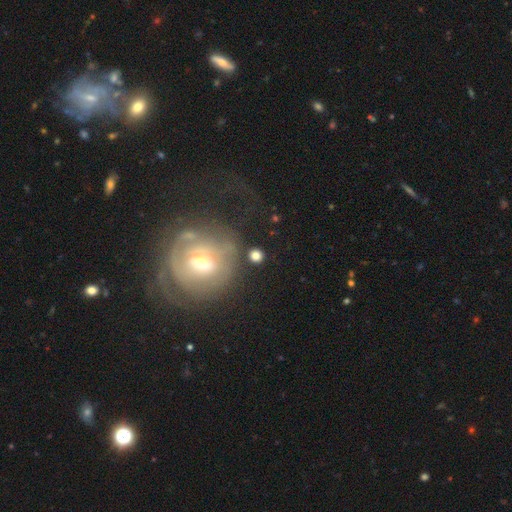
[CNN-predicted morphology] Smooth or featured? smooth (74%)
How rounded? round (86%)
Merging? none (79%)